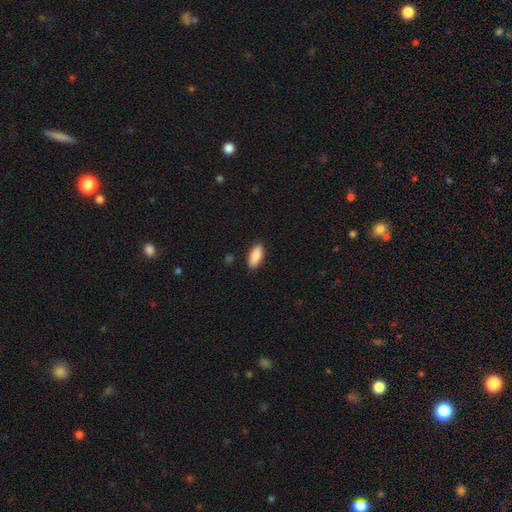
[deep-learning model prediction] smooth-or-featured: smooth: 87% | featured or disk: 7% | star or artifact: 6%
  how-rounded: in between: 85% | cigar-shaped: 13% | round: 2%
  merging: none: 88% | minor disturbance: 9% | major disturbance: 2% | merger: 1%